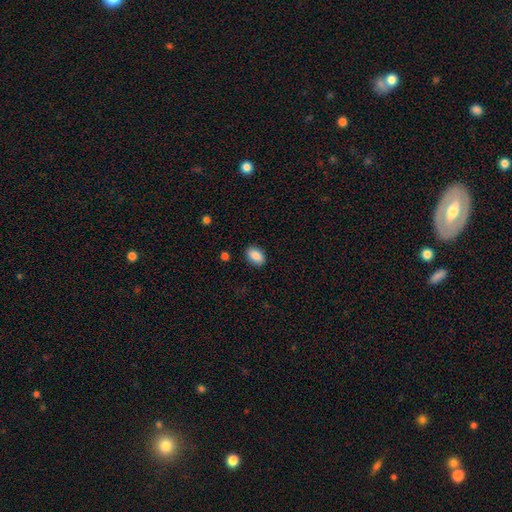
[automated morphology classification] The model was most divided on "how rounded": in between: 88%, round: 11%, cigar-shaped: 2%. More confident: merging — none (88%); smooth or featured — smooth (87%).